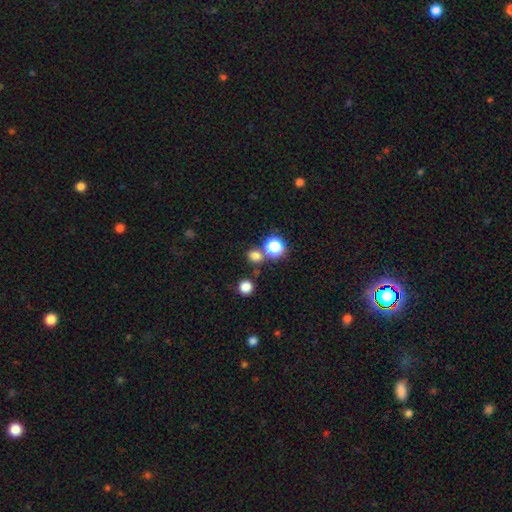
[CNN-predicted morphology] This is likely a smooth galaxy (72%). How rounded: likely round (78%). Merging: likely none (73%).